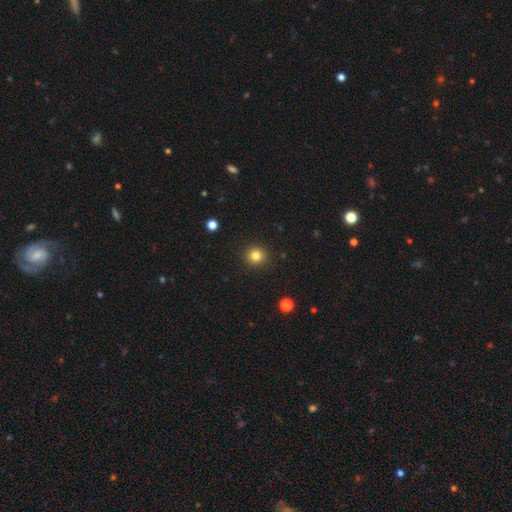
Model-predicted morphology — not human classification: Smooth or featured: smooth — 83% (star or artifact — 12%)
How rounded: round — 93% (in between — 6%)
Merging: none — 92% (minor disturbance — 5%)